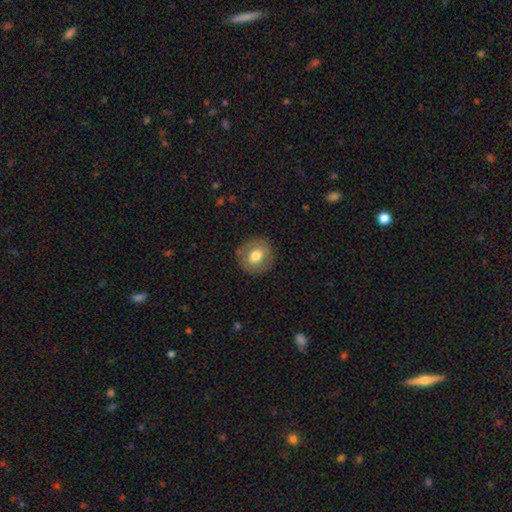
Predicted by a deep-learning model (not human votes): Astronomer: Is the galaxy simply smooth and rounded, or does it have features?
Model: smooth — 71%.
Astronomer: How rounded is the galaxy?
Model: round — 88%.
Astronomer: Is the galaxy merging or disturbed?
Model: none — 88%.